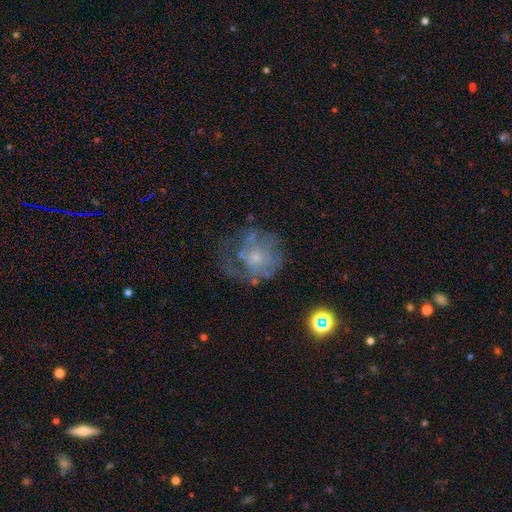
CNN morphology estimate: Overall: featured or disk (55%; smooth 32%). Edge-on disk: no (97%). Bar: no (87%). Spiral arms: no (54%; yes 46%). Bulge size: small (61%; moderate 28%). Merging: none (46%; major disturbance 29%).